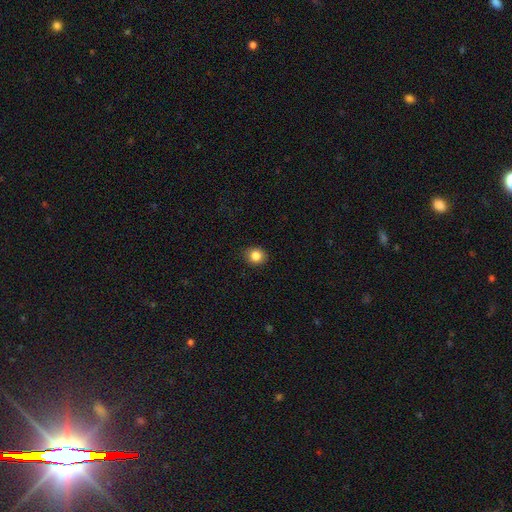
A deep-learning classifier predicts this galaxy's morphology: This is clearly a smooth galaxy (85%). How rounded: likely round (76%). Merging: clearly none (88%).